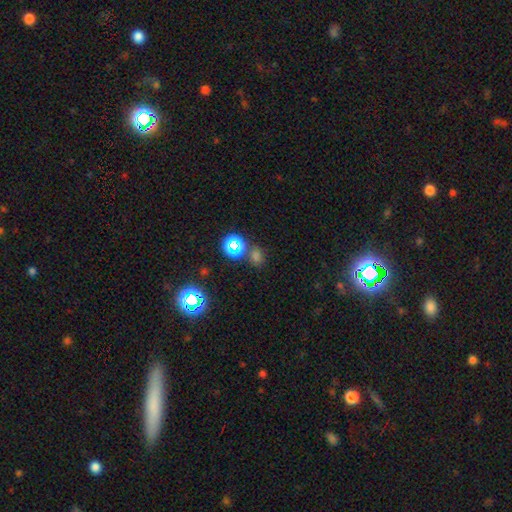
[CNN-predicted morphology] smooth_or_featured: smooth (p=0.53) [alt: star or artifact p=0.40]
how_rounded: round (p=0.58) [alt: in between p=0.40]
merging: none (p=0.66) [alt: merger p=0.18]